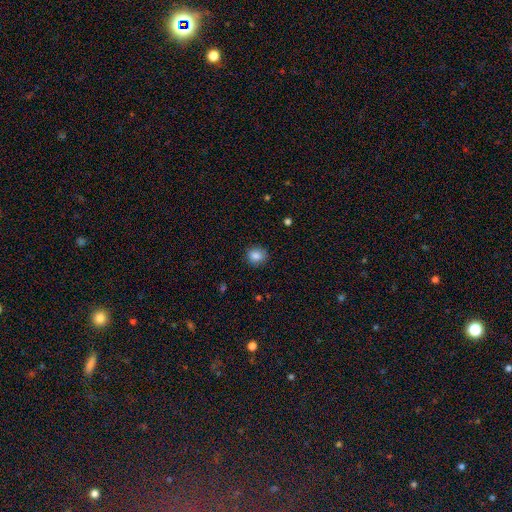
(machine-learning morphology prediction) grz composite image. It shows a smooth galaxy with no disk features (85%) that is round (75%). Merging: none (87%).